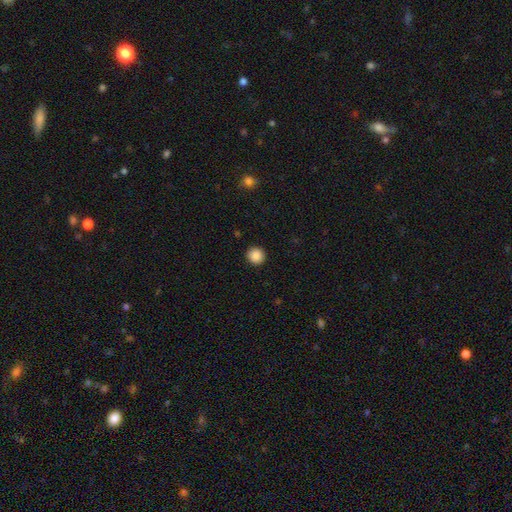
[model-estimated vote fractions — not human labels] Smooth or featured? Predicted: smooth (p=0.88). How rounded? Predicted: round (p=0.94). Merging? Predicted: none (p=0.93).